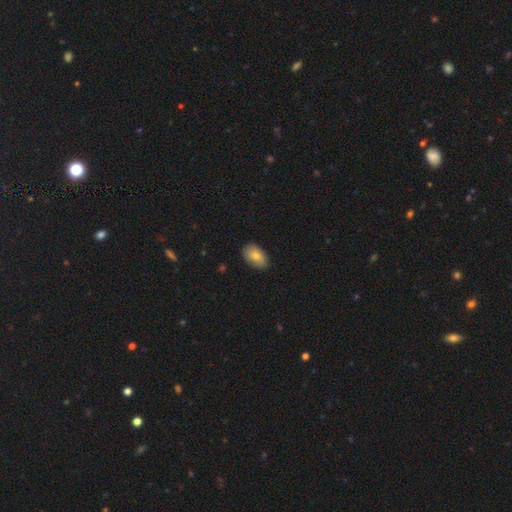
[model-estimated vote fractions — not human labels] Smooth or featured: smooth — 81% (featured or disk — 12%)
How rounded: in between — 92% (round — 7%)
Merging: none — 84% (minor disturbance — 13%)